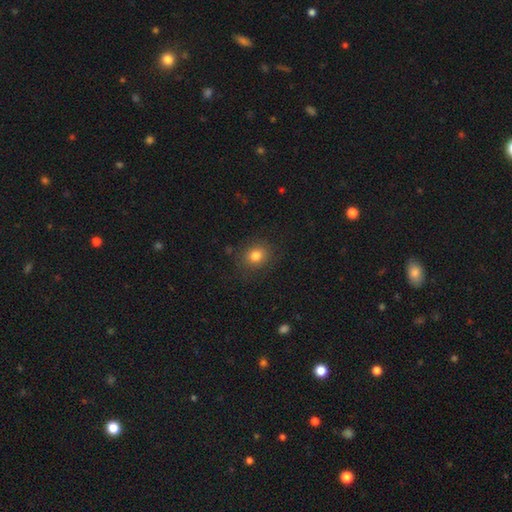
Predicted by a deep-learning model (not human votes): Q: Smooth or featured?
A: smooth (81%); runner-up: star or artifact (12%)
Q: How rounded?
A: round (71%); runner-up: in between (28%)
Q: Merging?
A: none (85%); runner-up: minor disturbance (10%)